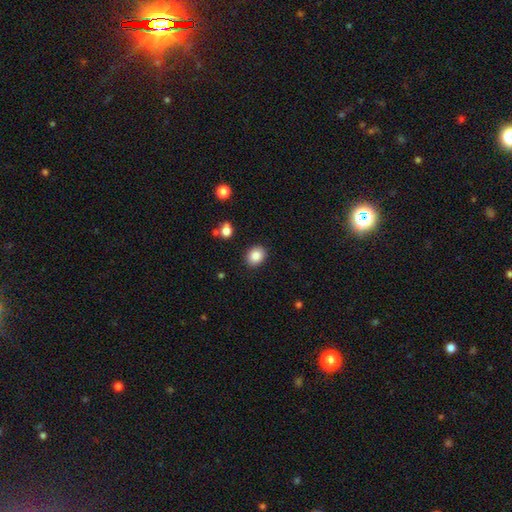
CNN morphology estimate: A smooth galaxy with no disk features (85%) that is round (53%). Merging: none (89%).